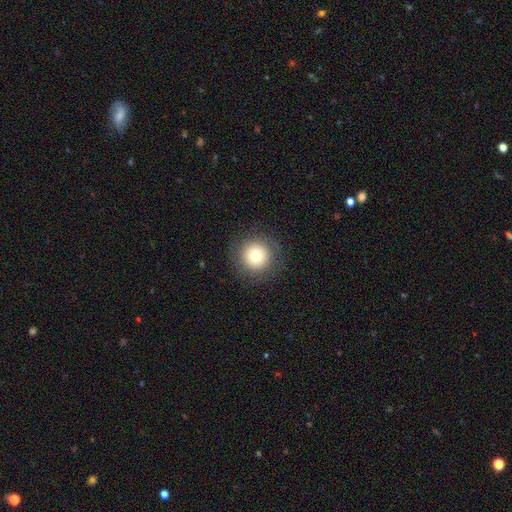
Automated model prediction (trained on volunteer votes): The model was most divided on "smooth or featured": smooth: 76%, featured or disk: 13%, star or artifact: 11%. More confident: how rounded — round (96%); merging — none (90%).